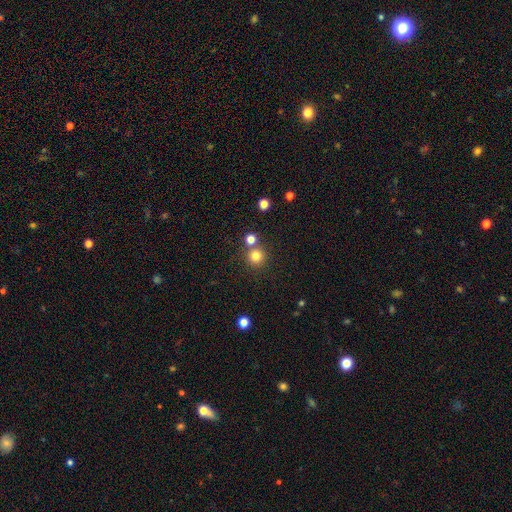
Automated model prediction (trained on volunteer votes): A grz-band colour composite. It shows a smooth galaxy with no disk features (80%) that is round (94%). Merging: none (75%).